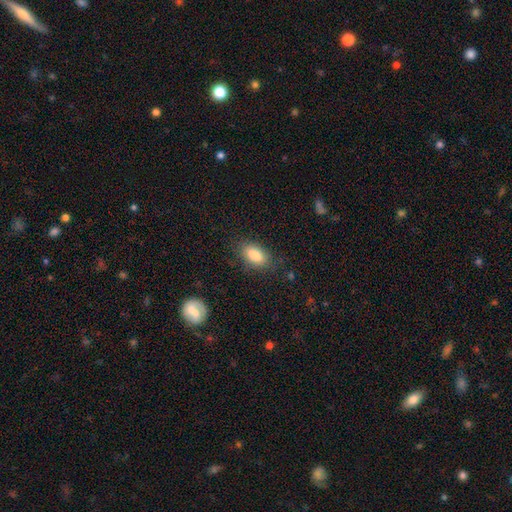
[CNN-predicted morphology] Overall: smooth (84%). How rounded: in between (89%). Merging: none (82%).